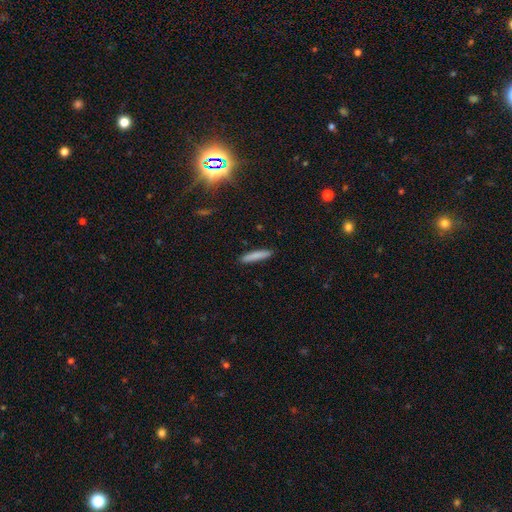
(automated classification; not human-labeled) A smooth galaxy with no disk features (83%) that is cigar-shaped (90%).

Vote fractions:
- Smooth or featured? smooth: 83% / featured or disk: 11% / star or artifact: 7%
- How rounded? cigar-shaped: 90% / in between: 8% / round: 1%
- Merging? none: 90% / minor disturbance: 7% / major disturbance: 2% / merger: 1%